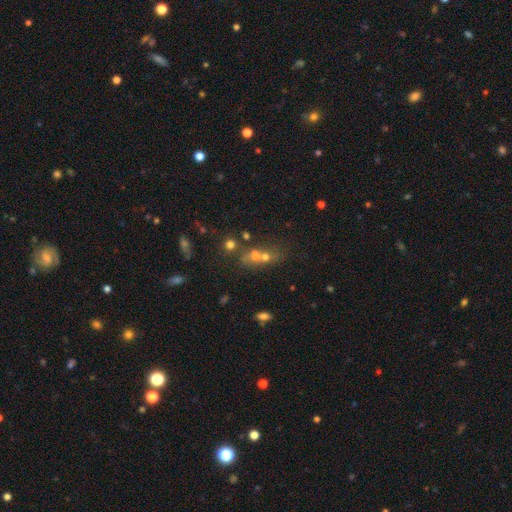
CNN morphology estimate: The model was most divided on "merging": merger: 55%, none: 31%, minor disturbance: 8%, major disturbance: 6%. More confident: how rounded — round (62%); smooth or featured — smooth (50%).